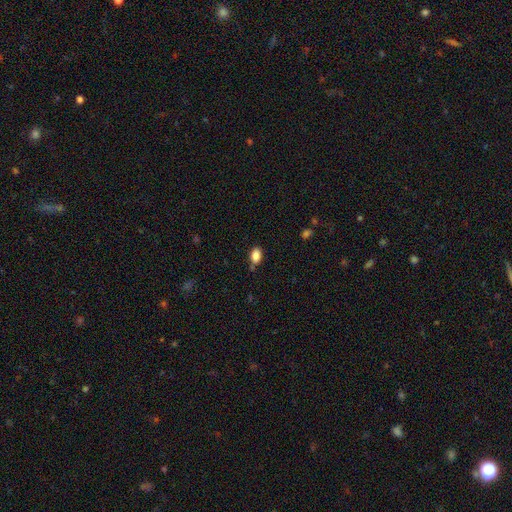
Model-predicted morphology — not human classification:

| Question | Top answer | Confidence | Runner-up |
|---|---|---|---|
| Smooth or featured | smooth | 86% | star or artifact (9%) |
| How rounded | in between | 87% | round (11%) |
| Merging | none | 75% | minor disturbance (17%) |